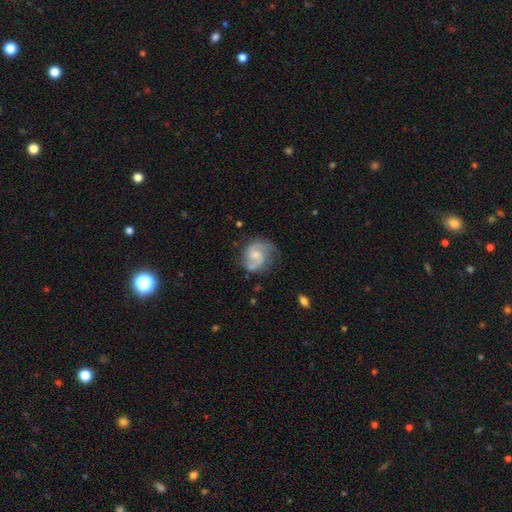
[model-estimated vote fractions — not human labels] This is clearly a featured or disk galaxy (81%). It is clearly not viewed edge-on (98%). Bar: possibly weak (47%). Spiral arm pattern: clearly yes (96%). Spiral arm count: clearly 2 (87%). Spiral winding: possibly medium (53%). Central bulge: marginally small (43%). Merging: likely none (67%).